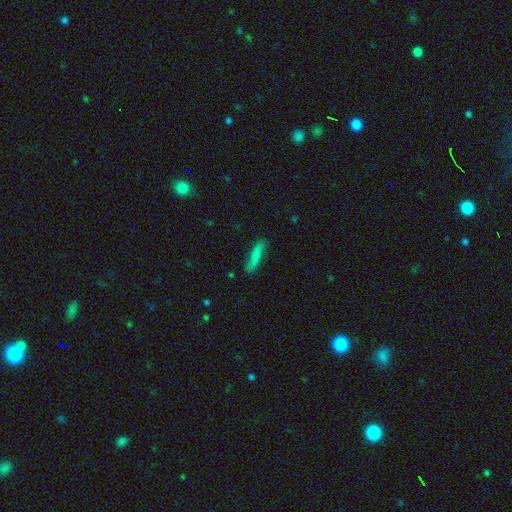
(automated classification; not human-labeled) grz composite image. It shows a smooth galaxy with no disk features (77%) that is cigar-shaped (84%). Merging: none (79%).